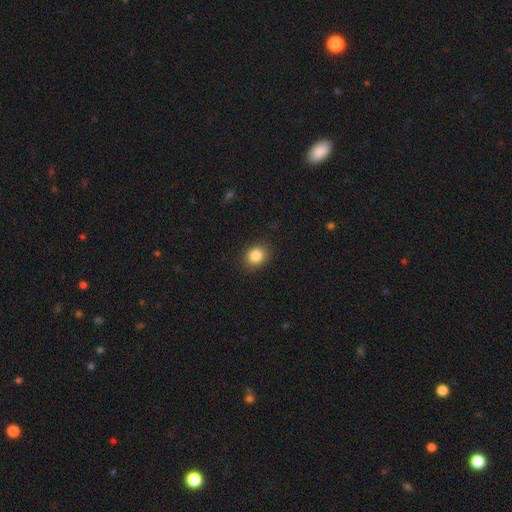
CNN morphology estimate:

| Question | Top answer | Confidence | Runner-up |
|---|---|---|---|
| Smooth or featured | smooth | 85% | star or artifact (10%) |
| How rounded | round | 61% | in between (38%) |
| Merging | none | 88% | minor disturbance (8%) |